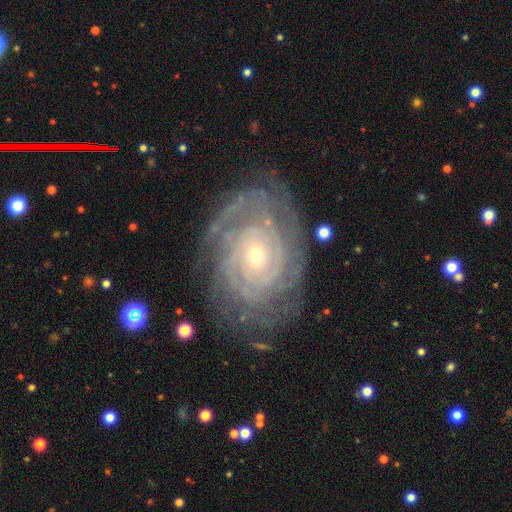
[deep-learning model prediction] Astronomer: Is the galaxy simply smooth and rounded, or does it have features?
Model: featured or disk — 89%.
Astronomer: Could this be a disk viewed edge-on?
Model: no — 97%.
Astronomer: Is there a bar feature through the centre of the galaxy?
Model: no — 75%.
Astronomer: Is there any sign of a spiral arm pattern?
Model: yes — 97%.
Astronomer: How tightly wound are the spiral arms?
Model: tight — 84%.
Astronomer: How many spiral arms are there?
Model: can't tell — 29% (runner-up: 4, 18%).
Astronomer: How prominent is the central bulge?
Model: small — 67%.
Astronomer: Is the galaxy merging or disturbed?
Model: none — 77%.